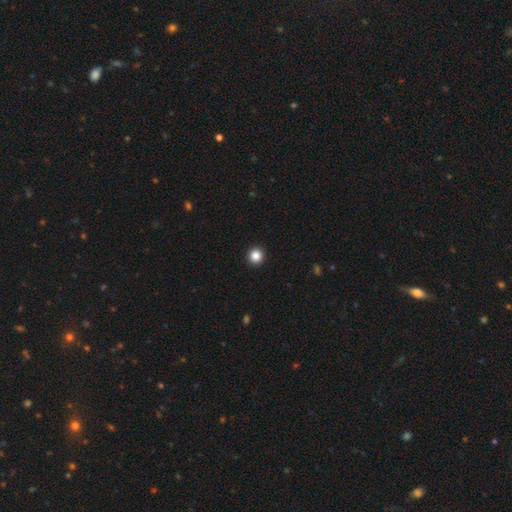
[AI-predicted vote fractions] This appears to be a smooth galaxy with no disk features (86%) that is round (95%). Merging: none (94%).